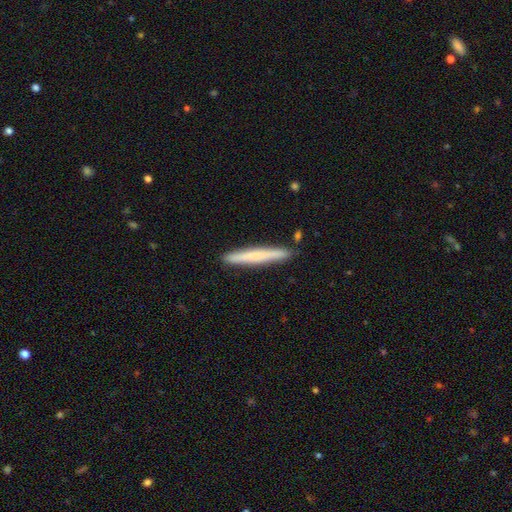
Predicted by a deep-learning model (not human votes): smooth-or-featured: smooth: 64% | featured or disk: 30% | star or artifact: 6%
  how-rounded: cigar-shaped: 96% | in between: 2% | round: 1%
  merging: none: 90% | minor disturbance: 7% | merger: 2% | major disturbance: 1%